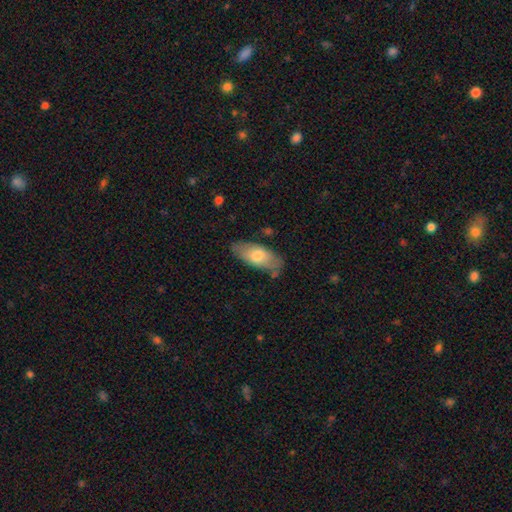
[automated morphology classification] smooth_or_featured: smooth (p=0.68) [alt: featured or disk p=0.26]
how_rounded: in between (p=0.85) [alt: cigar-shaped p=0.12]
merging: none (p=0.76) [alt: minor disturbance p=0.17]